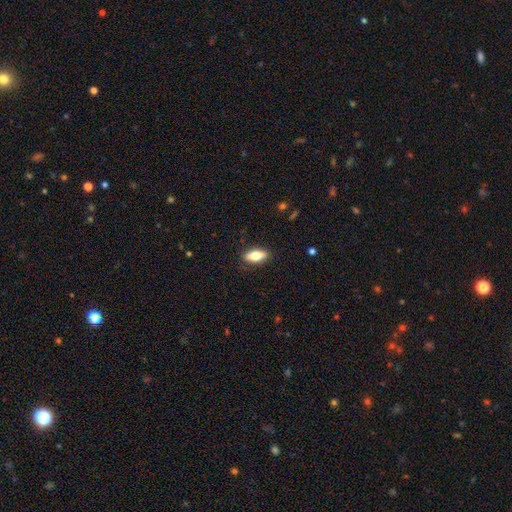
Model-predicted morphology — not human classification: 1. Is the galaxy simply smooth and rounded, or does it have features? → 76% smooth, 17% featured or disk, 7% star or artifact.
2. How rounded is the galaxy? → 83% in between, 14% cigar-shaped, 3% round.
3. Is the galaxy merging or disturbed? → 85% none, 11% minor disturbance, 3% major disturbance, 1% merger.